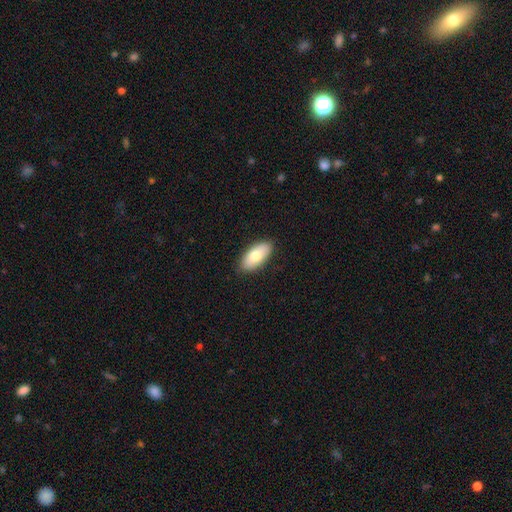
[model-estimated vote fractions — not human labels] The model was most divided on "smooth or featured": smooth: 75%, featured or disk: 19%, star or artifact: 6%. More confident: how rounded — in between (91%); merging — none (88%).